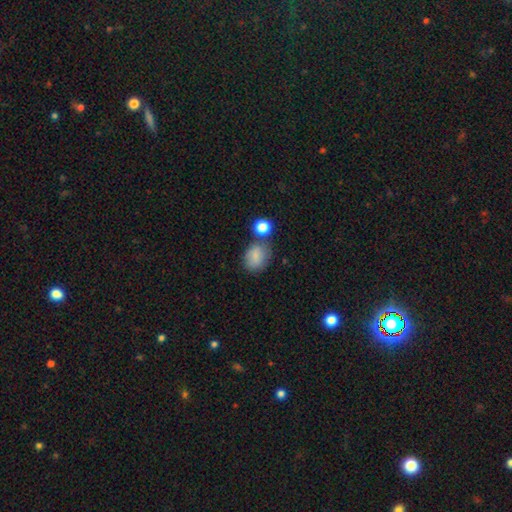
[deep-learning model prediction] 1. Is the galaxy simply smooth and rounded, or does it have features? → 81% smooth, 10% star or artifact, 9% featured or disk.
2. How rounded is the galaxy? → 50% in between, 49% round, 1% cigar-shaped.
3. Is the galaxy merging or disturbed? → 62% none, 18% minor disturbance, 15% merger, 6% major disturbance.